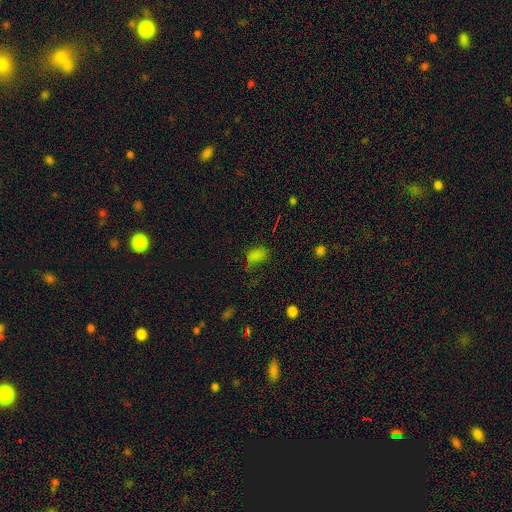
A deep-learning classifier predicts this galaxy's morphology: smooth-or-featured: smooth: 71% | star or artifact: 22% | featured or disk: 7%
  how-rounded: in between: 83% | round: 14% | cigar-shaped: 3%
  merging: none: 45% | minor disturbance: 29% | major disturbance: 21% | merger: 4%